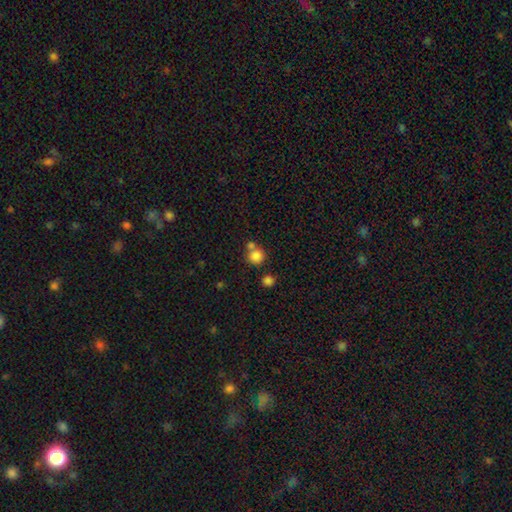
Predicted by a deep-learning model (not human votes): Overall: smooth (83%). How rounded: round (87%). Merging: none (57%; merger 31%).